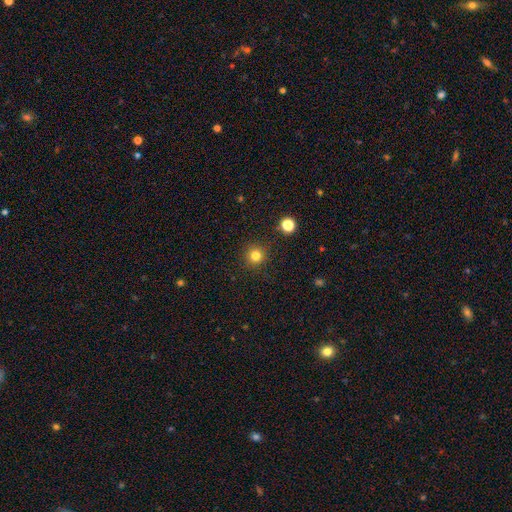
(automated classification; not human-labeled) smooth 82%, star or artifact 13%, featured or disk 5%. Down the decision tree: how rounded — round (95%); merging — none (91%).